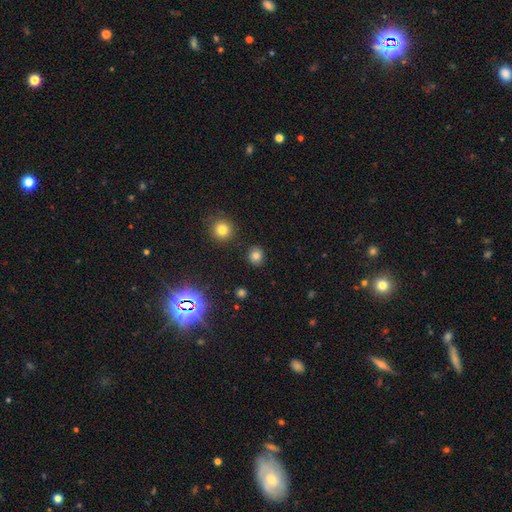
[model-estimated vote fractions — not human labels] Morphology: type=smooth (78%); roundness=round (82%); merging=none (88%).